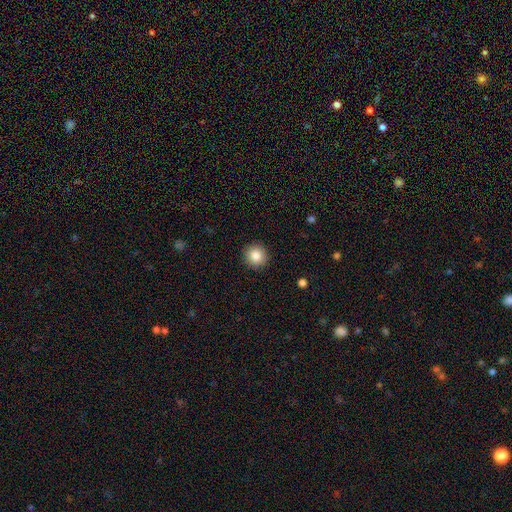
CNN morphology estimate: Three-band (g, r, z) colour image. It shows a smooth galaxy with no disk features (85%) that is round (95%). Merging: none (92%).